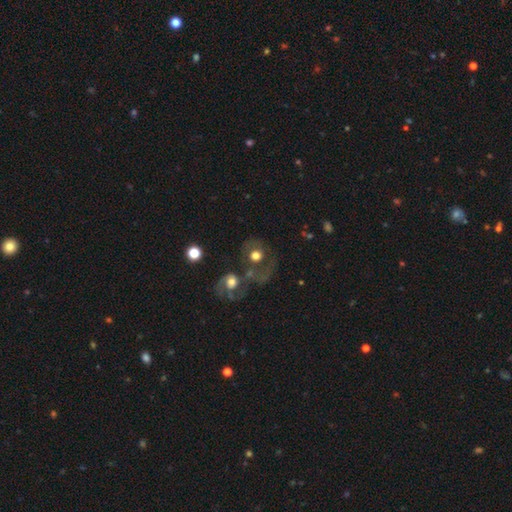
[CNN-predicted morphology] A smooth galaxy with no disk features (57%) that is round (78%). Merging: merger (37%).